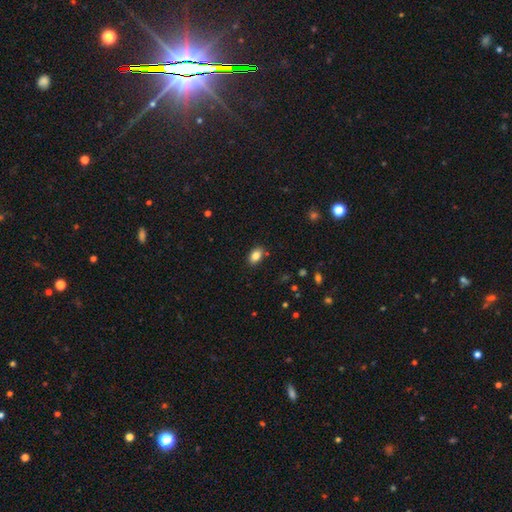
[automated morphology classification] smooth-or-featured: smooth: 83% | star or artifact: 9% | featured or disk: 7%
  how-rounded: in between: 86% | round: 12% | cigar-shaped: 2%
  merging: none: 85% | minor disturbance: 10% | major disturbance: 2% | merger: 2%